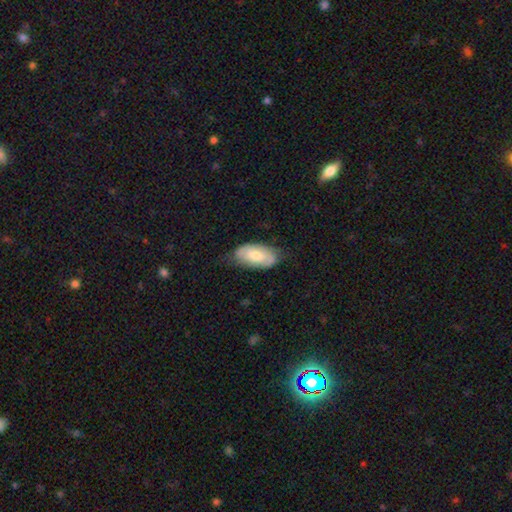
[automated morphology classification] Smooth or featured? Predicted: smooth (p=0.58). How rounded? Predicted: in between (p=0.93). Merging? Predicted: none (p=0.65).